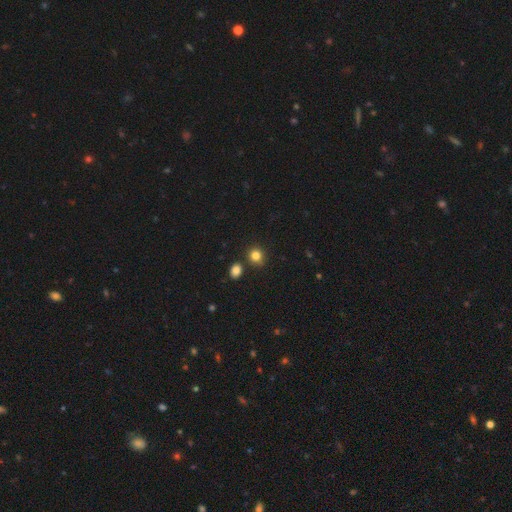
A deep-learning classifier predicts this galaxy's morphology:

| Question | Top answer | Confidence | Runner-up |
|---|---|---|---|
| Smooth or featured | smooth | 83% | star or artifact (12%) |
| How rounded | round | 83% | in between (16%) |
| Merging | none | 79% | merger (10%) |